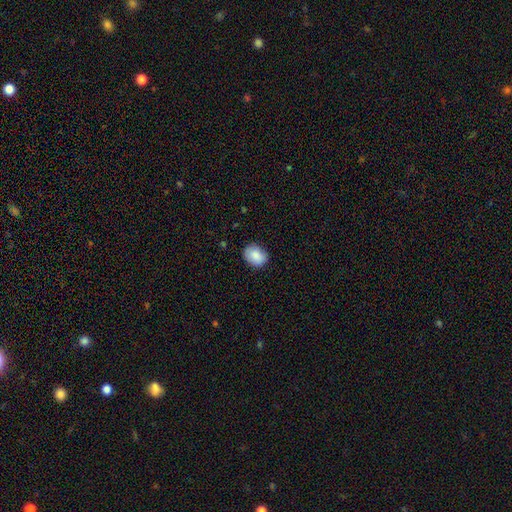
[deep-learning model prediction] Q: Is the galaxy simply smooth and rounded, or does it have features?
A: smooth — 87%.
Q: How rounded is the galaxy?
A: in between — 56%.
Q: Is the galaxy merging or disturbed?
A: none — 81%.